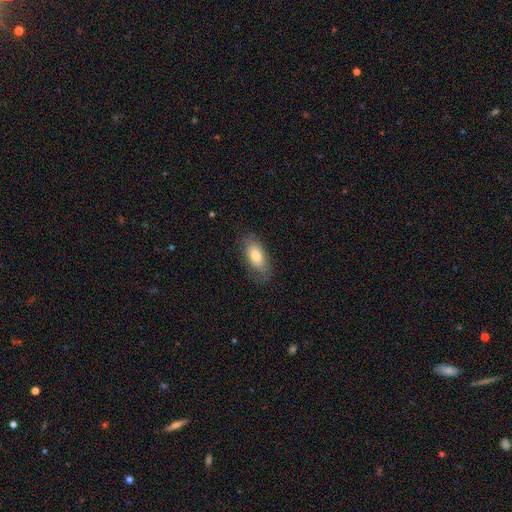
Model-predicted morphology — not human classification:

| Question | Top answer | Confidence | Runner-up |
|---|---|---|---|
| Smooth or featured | smooth | 73% | featured or disk (20%) |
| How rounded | in between | 88% | cigar-shaped (8%) |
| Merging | none | 77% | minor disturbance (17%) |